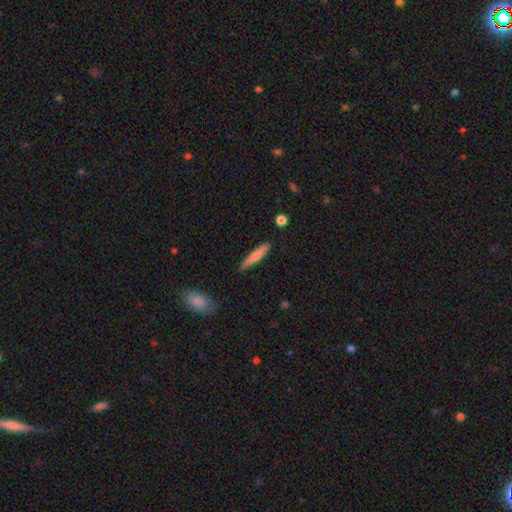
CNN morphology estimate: A smooth galaxy with no disk features (74%) that is cigar-shaped (90%).

Vote fractions:
- Smooth or featured? smooth: 74% / featured or disk: 21% / star or artifact: 6%
- How rounded? cigar-shaped: 90% / in between: 8% / round: 1%
- Merging? none: 83% / minor disturbance: 13% / major disturbance: 2% / merger: 2%